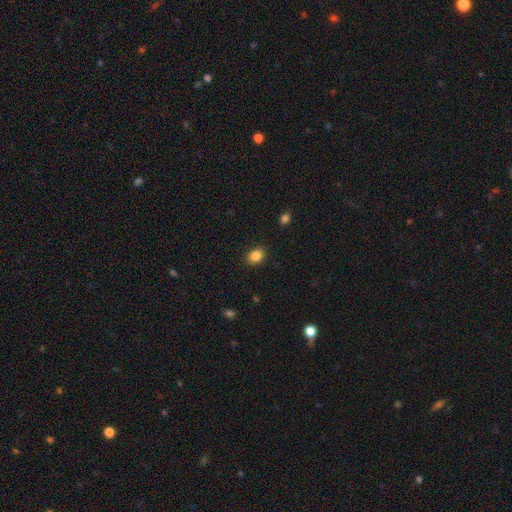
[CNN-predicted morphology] A smooth galaxy with no disk features (85%) that is in between round and cigar-shaped (57%).

Vote fractions:
- Smooth or featured? smooth: 85% / star or artifact: 10% / featured or disk: 5%
- How rounded? in between: 57% / round: 42% / cigar-shaped: 1%
- Merging? none: 88% / minor disturbance: 8% / major disturbance: 2% / merger: 1%